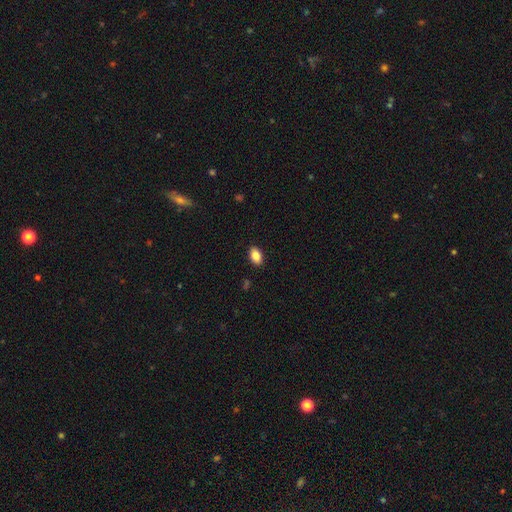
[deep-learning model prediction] smooth_or_featured: smooth (p=0.87) [alt: star or artifact p=0.08]
how_rounded: in between (p=0.91) [alt: round p=0.07]
merging: none (p=0.89) [alt: minor disturbance p=0.08]